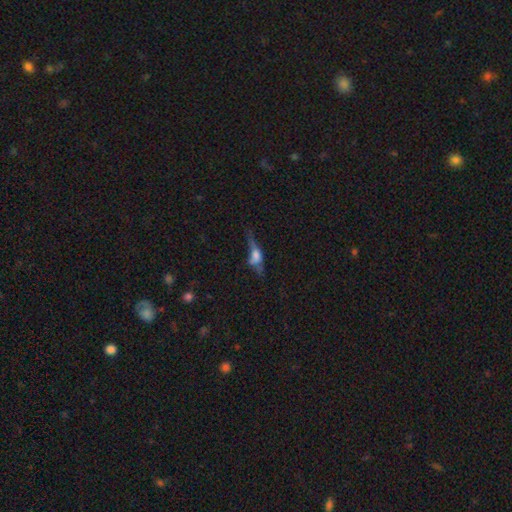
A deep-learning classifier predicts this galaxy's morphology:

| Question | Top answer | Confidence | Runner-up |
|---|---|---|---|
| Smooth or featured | featured or disk | 44% | smooth (43%) |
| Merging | major disturbance | 35% | none (33%) |